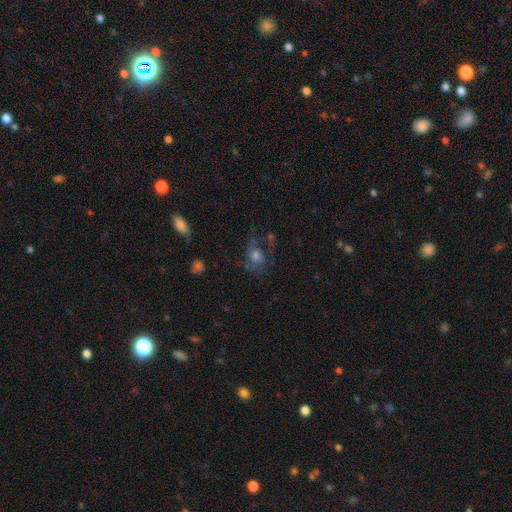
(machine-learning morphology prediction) Q: Smooth or featured?
A: featured or disk (56%); runner-up: smooth (28%)
Q: Edge-on disk?
A: no (95%); runner-up: yes (5%)
Q: Bar?
A: no (75%); runner-up: weak (21%)
Q: Spiral arms?
A: yes (69%); runner-up: no (31%)
Q: Bulge size?
A: moderate (51%); runner-up: small (20%)
Q: Merging?
A: none (49%); runner-up: major disturbance (26%)